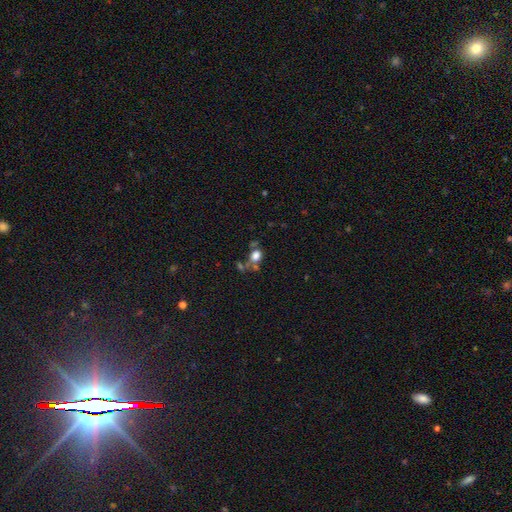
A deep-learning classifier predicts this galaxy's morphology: smooth-or-featured: smooth: 69% | star or artifact: 18% | featured or disk: 13%
  how-rounded: in between: 51% | round: 47% | cigar-shaped: 2%
  merging: none: 47% | merger: 27% | minor disturbance: 15% | major disturbance: 11%